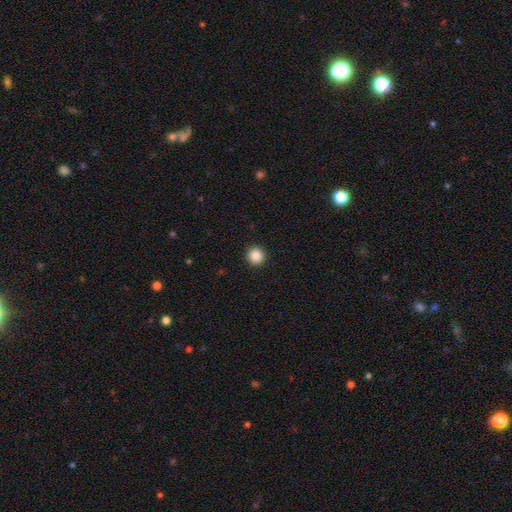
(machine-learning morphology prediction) Smooth or featured? Predicted: smooth (p=0.87). How rounded? Predicted: round (p=0.94). Merging? Predicted: none (p=0.93).